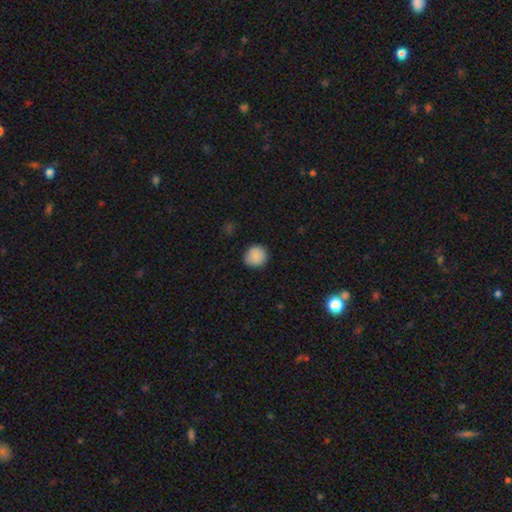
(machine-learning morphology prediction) Q: Smooth or featured?
A: smooth (89%); runner-up: star or artifact (8%)
Q: How rounded?
A: round (93%); runner-up: in between (6%)
Q: Merging?
A: none (89%); runner-up: minor disturbance (8%)